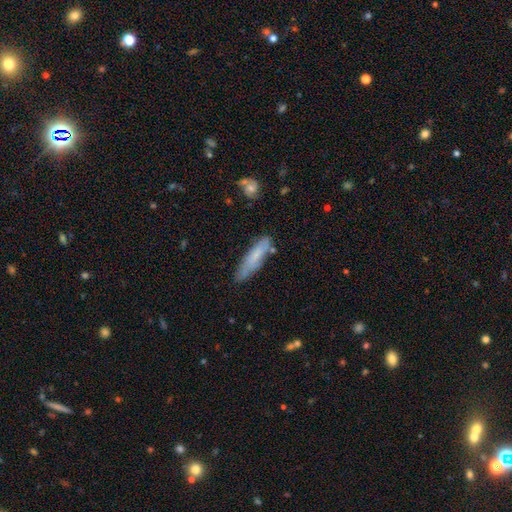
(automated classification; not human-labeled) Smooth or featured: smooth — 67% (featured or disk — 26%)
How rounded: cigar-shaped — 77% (in between — 22%)
Merging: none — 72% (minor disturbance — 21%)